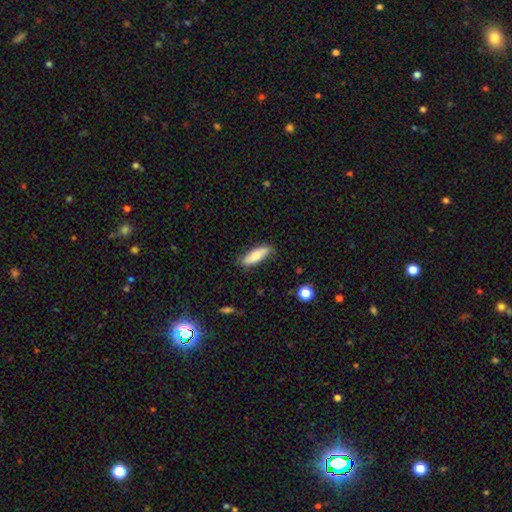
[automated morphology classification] Q: Smooth or featured?
A: smooth (79%); runner-up: featured or disk (15%)
Q: How rounded?
A: in between (57%); runner-up: cigar-shaped (42%)
Q: Merging?
A: none (81%); runner-up: minor disturbance (15%)